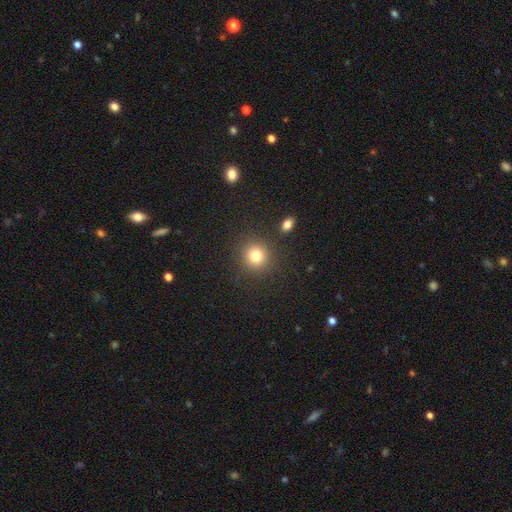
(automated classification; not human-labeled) A smooth galaxy with no disk features (81%) that is round (89%).

Vote fractions:
- Smooth or featured? smooth: 81% / star or artifact: 12% / featured or disk: 6%
- How rounded? round: 89% / in between: 10% / cigar-shaped: 1%
- Merging? none: 86% / minor disturbance: 7% / merger: 3% / major disturbance: 3%